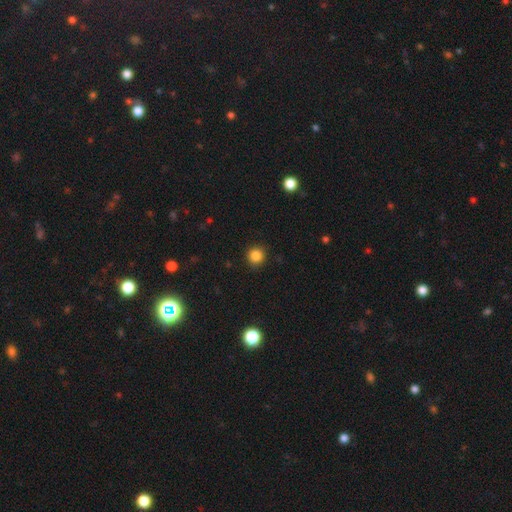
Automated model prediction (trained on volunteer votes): Smooth or featured: smooth — 84% (star or artifact — 12%)
How rounded: round — 92% (in between — 7%)
Merging: none — 89% (minor disturbance — 8%)